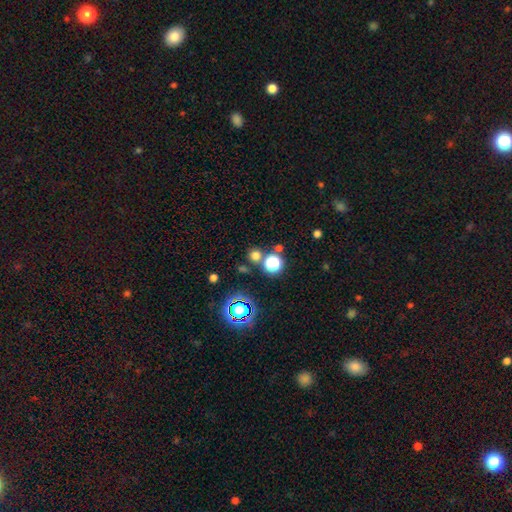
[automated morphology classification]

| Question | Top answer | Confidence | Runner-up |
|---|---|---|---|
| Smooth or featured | smooth | 66% | star or artifact (27%) |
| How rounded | round | 88% | in between (11%) |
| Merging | none | 72% | merger (17%) |